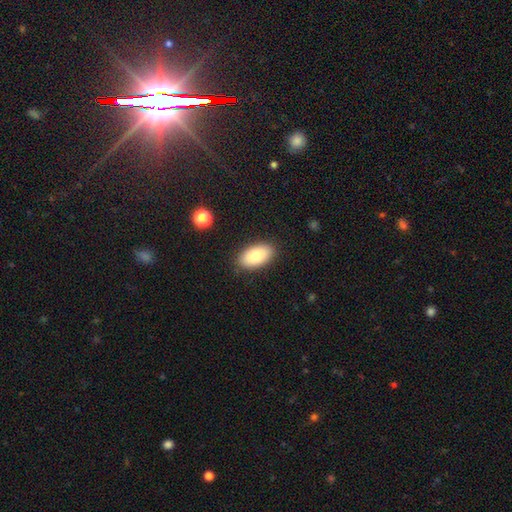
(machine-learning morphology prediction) This appears to be a smooth galaxy with no disk features (79%) that is in between round and cigar-shaped (94%). Merging: none (87%).